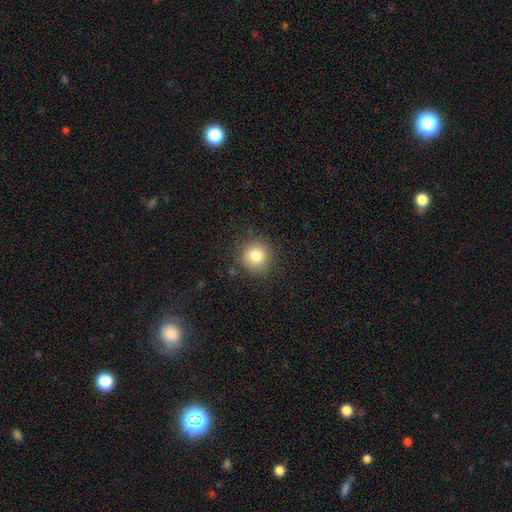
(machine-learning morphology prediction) A smooth galaxy with no disk features (81%) that is round (93%).

Vote fractions:
- Smooth or featured? smooth: 81% / star or artifact: 11% / featured or disk: 8%
- How rounded? round: 93% / in between: 6% / cigar-shaped: 1%
- Merging? none: 87% / minor disturbance: 8% / major disturbance: 3% / merger: 1%